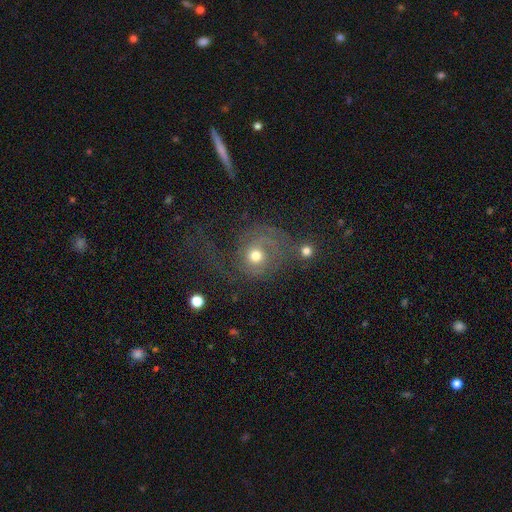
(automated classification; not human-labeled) Q: Smooth or featured?
A: featured or disk (60%); runner-up: smooth (28%)
Q: Edge-on disk?
A: no (96%); runner-up: yes (4%)
Q: Bar?
A: no (79%); runner-up: weak (17%)
Q: Spiral arms?
A: yes (80%); runner-up: no (20%)
Q: Bulge size?
A: moderate (69%); runner-up: small (18%)
Q: Merging?
A: none (42%); runner-up: major disturbance (32%)